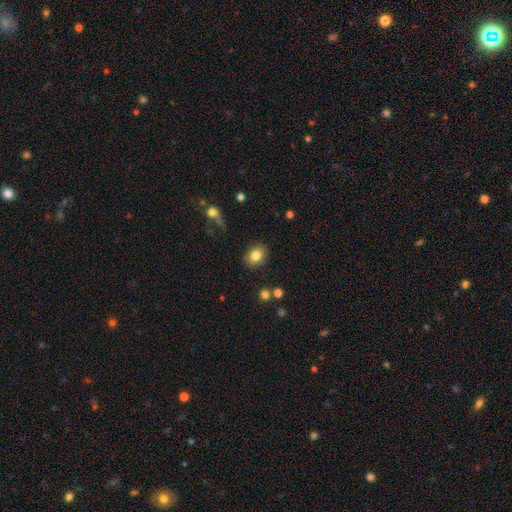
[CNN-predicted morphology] This is clearly a smooth galaxy (81%). How rounded: possibly in between (51%). Merging: clearly none (85%).